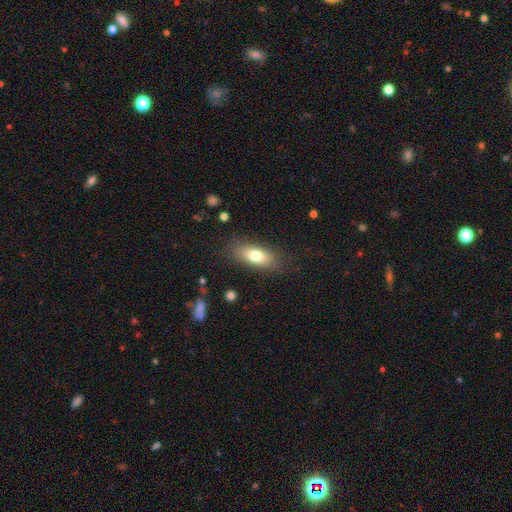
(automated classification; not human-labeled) This is likely a smooth galaxy (75%). How rounded: likely in between (77%). Merging: clearly none (81%).